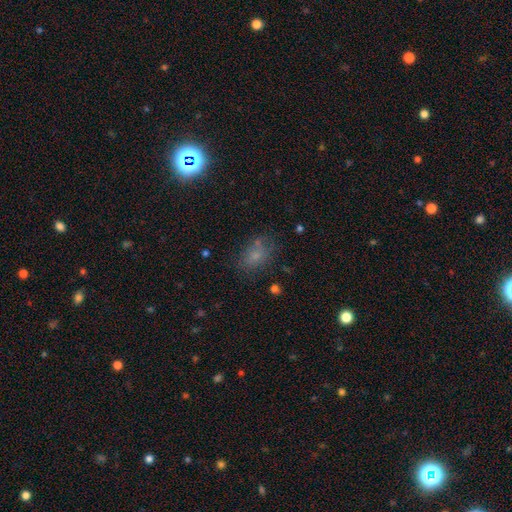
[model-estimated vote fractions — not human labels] This is likely a smooth galaxy (68%). How rounded: likely in between (76%). Merging: likely none (64%).